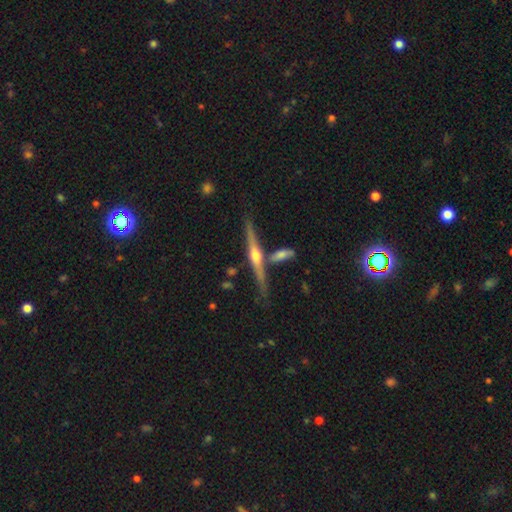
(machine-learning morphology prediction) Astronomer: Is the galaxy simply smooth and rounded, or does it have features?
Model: featured or disk — 80%.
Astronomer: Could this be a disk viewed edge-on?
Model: yes — 97%.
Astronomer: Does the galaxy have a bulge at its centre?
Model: rounded — 91%.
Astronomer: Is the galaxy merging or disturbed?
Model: none — 72%.